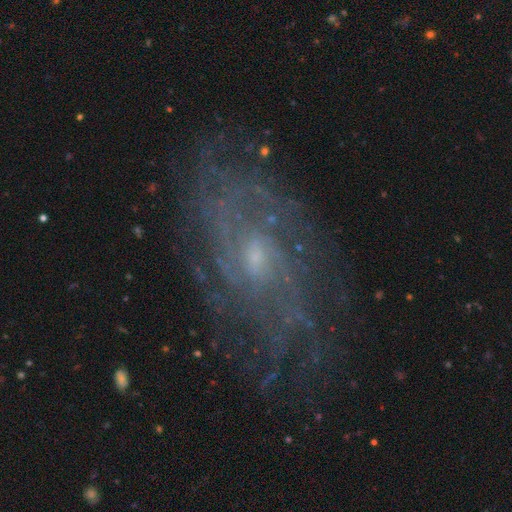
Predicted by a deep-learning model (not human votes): featured or disk 84%, star or artifact 9%, smooth 8%. Down the decision tree: edge-on disk — no (95%); bar — no (58%); spiral arms — yes (91%); spiral arm count — can't tell (52%); spiral winding — tight (62%); bulge size — small (60%); merging — none (76%).